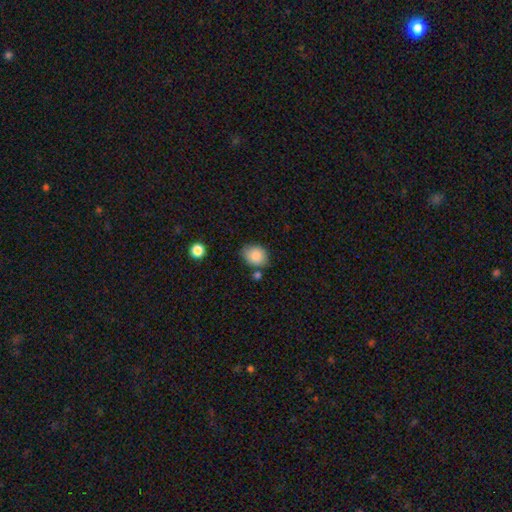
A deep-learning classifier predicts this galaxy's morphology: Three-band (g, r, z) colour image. It shows a smooth galaxy with no disk features (86%) that is in between round and cigar-shaped (54%). Merging: none (70%).